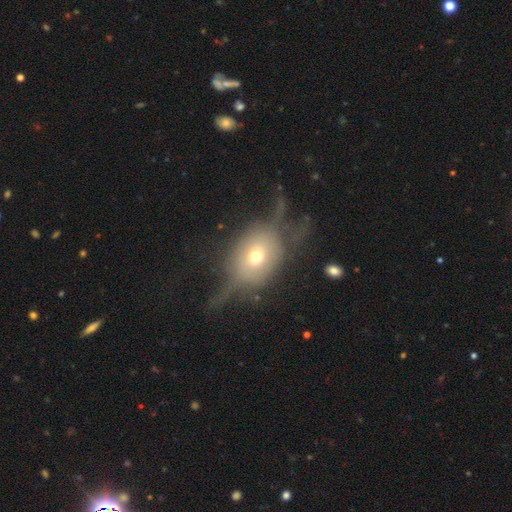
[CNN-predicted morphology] This is possibly a smooth galaxy (46%). Merging: marginally major disturbance (44%).